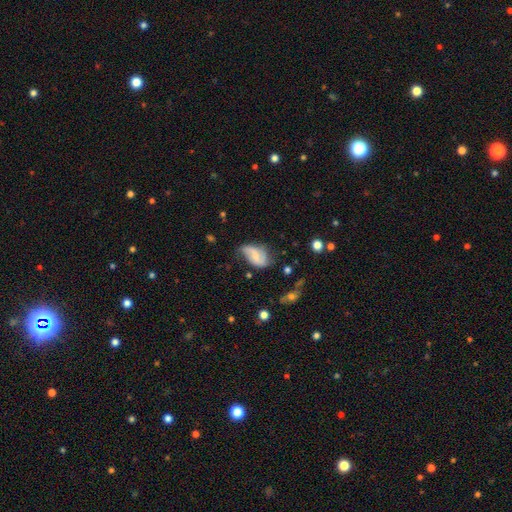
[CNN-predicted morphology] Q: Smooth or featured?
A: featured or disk (59%); runner-up: smooth (33%)
Q: Edge-on disk?
A: no (96%); runner-up: yes (4%)
Q: Bar?
A: no (45%); runner-up: weak (41%)
Q: Spiral arms?
A: yes (85%); runner-up: no (15%)
Q: Bulge size?
A: small (50%); runner-up: moderate (30%)
Q: Merging?
A: none (45%); runner-up: minor disturbance (34%)